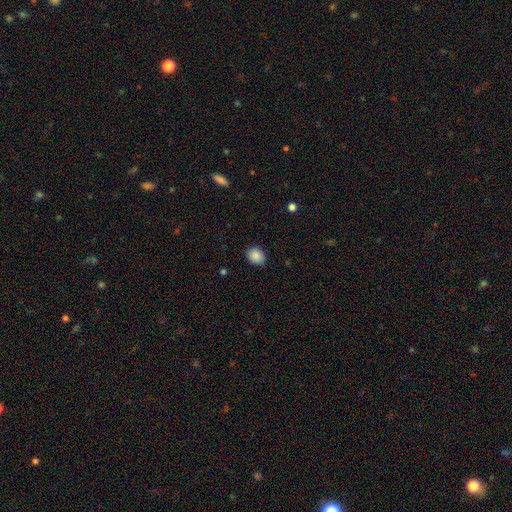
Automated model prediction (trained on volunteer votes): Smooth or featured? Predicted: smooth (p=0.88). How rounded? Predicted: round (p=0.52). Merging? Predicted: none (p=0.87).